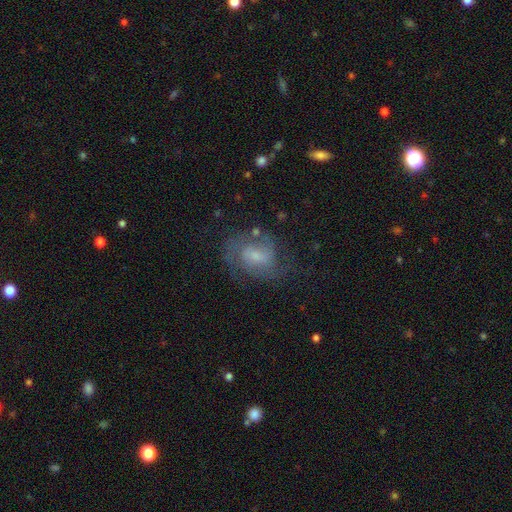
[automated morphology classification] A featured or disk galaxy (65%) with a weak bar (50%), 2 (53%) medium (48%) spiral arms (84%) and a small central bulge (50%). Merging: none (59%).